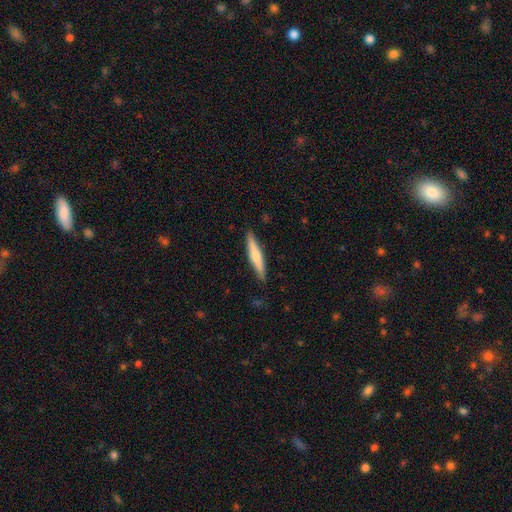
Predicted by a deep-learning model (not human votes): A smooth galaxy with no disk features (53%) that is cigar-shaped (91%).

Vote fractions:
- Smooth or featured? smooth: 53% / featured or disk: 42% / star or artifact: 5%
- How rounded? cigar-shaped: 91% / in between: 8% / round: 1%
- Merging? none: 88% / minor disturbance: 9% / major disturbance: 2% / merger: 1%